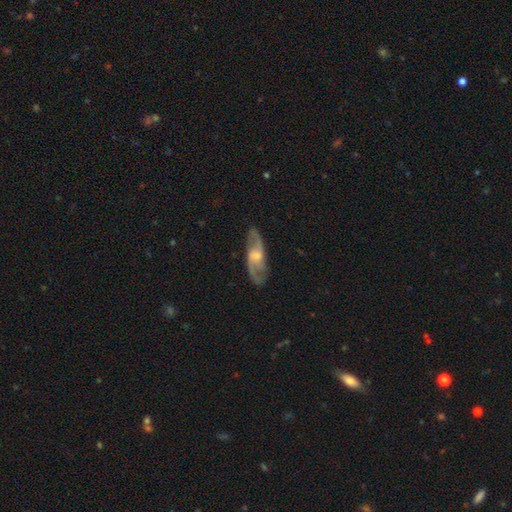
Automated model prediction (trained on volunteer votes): A featured or disk galaxy (77%) with a weak bar (49%), 2 (85%) medium (46%) spiral arms (92%) and a moderate central bulge (45%).

Vote fractions:
- Smooth or featured? featured or disk: 77% / smooth: 17% / star or artifact: 6%
- Edge-on disk? no: 86% / yes: 14%
- Bar? weak: 49% / no: 39% / strong: 11%
- Spiral arms? yes: 92% / no: 8%
- Spiral winding? medium: 46% / loose: 40% / tight: 14%
- Spiral arm count? 2: 85% / can't tell: 8% / 3: 3% / 1: 2% / 4: 1% / more than 4: 1%
- Bulge size? moderate: 45% / small: 29% / none: 13% / large: 11% / dominant: 1%
- Merging? none: 79% / minor disturbance: 15% / major disturbance: 5% / merger: 1%